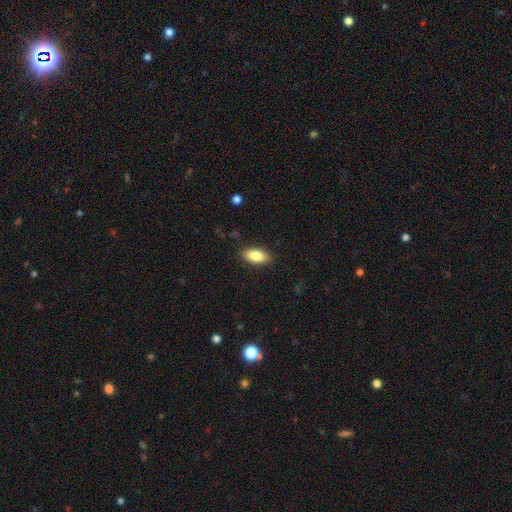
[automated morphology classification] This appears to be a smooth galaxy with no disk features (84%) that is in between round and cigar-shaped (88%). Merging: none (87%).